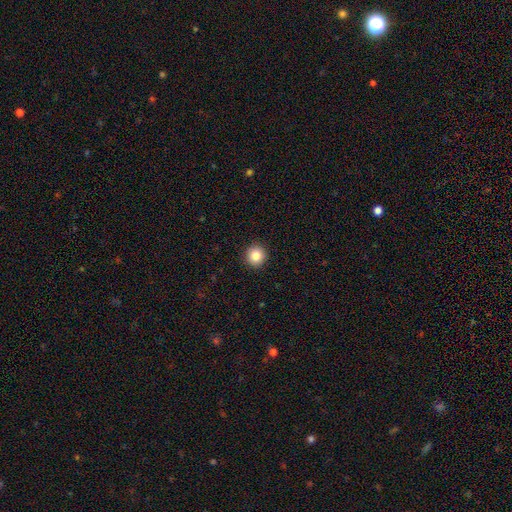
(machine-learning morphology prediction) type=smooth (84%); roundness=round (93%); merging=none (93%).